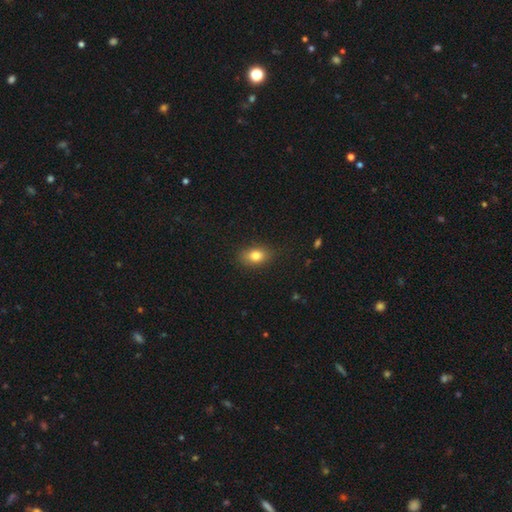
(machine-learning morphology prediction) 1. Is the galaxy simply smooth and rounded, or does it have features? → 81% smooth, 10% star or artifact, 10% featured or disk.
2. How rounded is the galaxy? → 79% in between, 18% round, 3% cigar-shaped.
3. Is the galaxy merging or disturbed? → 84% none, 12% minor disturbance, 3% major disturbance, 1% merger.